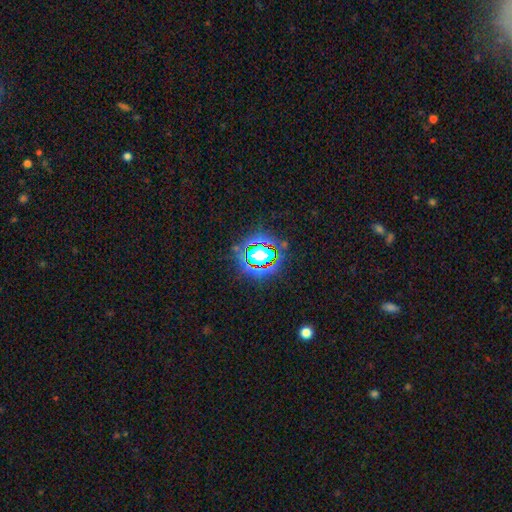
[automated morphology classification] A star or artifact, not a galaxy (80%).

Vote fractions:
- Smooth or featured? star or artifact: 80% / smooth: 12% / featured or disk: 8%